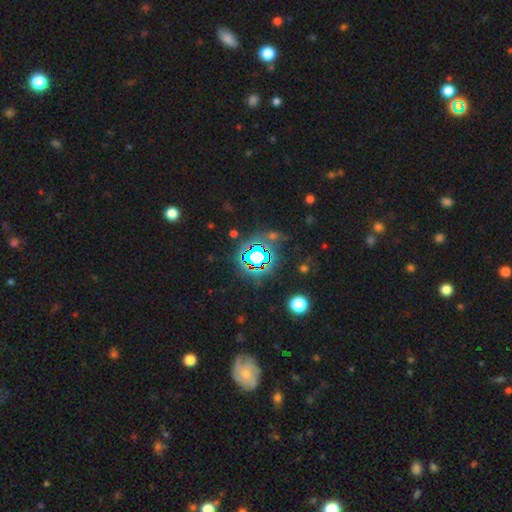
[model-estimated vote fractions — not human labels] Morphology: type=star or artifact (70%).